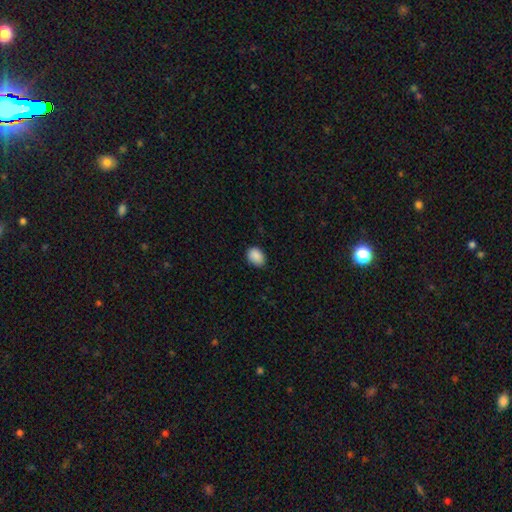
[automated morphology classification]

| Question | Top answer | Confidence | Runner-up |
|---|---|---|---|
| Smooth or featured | smooth | 89% | star or artifact (8%) |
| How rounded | in between | 70% | round (29%) |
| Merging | none | 84% | minor disturbance (13%) |